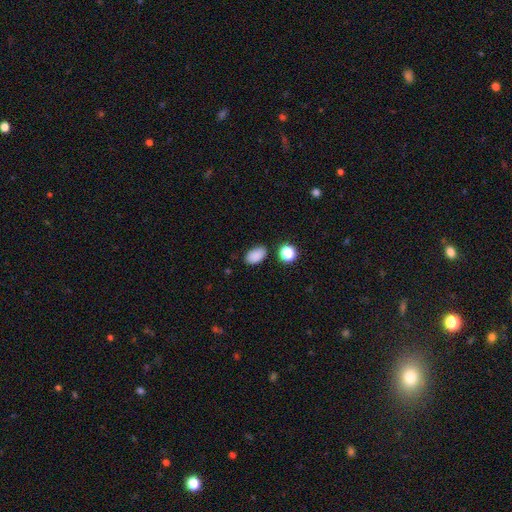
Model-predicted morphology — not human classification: type=smooth (86%); roundness=in between (90%); merging=none (81%).